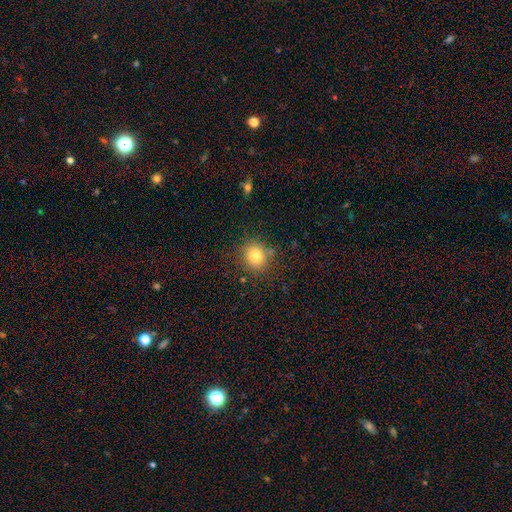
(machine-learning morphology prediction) smooth 78%, star or artifact 13%, featured or disk 9%. Down the decision tree: how rounded — round (86%); merging — none (85%).